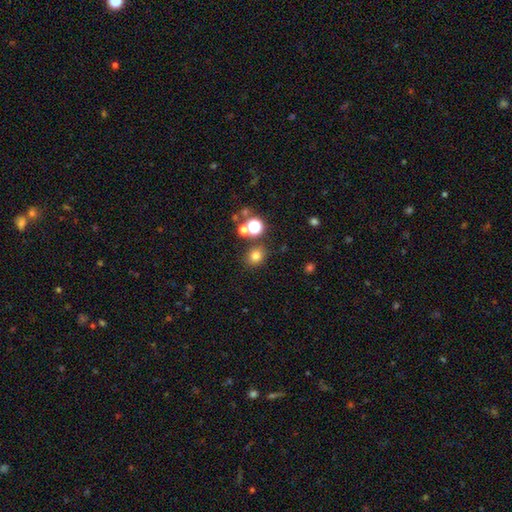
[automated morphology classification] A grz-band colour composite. It shows a smooth galaxy with no disk features (75%) that is round (75%). Merging: none (80%).